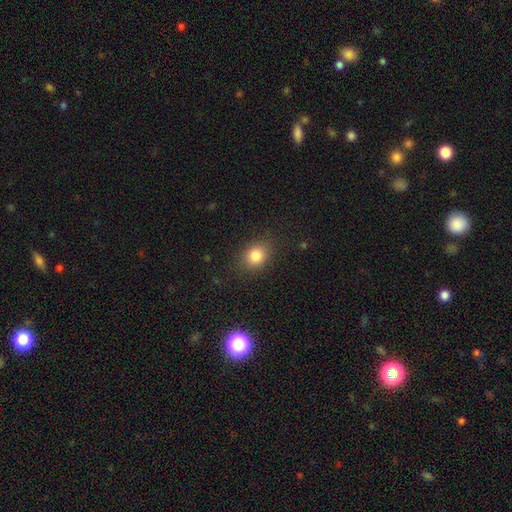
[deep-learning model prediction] Smooth or featured? Predicted: smooth (p=0.83). How rounded? Predicted: round (p=0.54). Merging? Predicted: none (p=0.84).